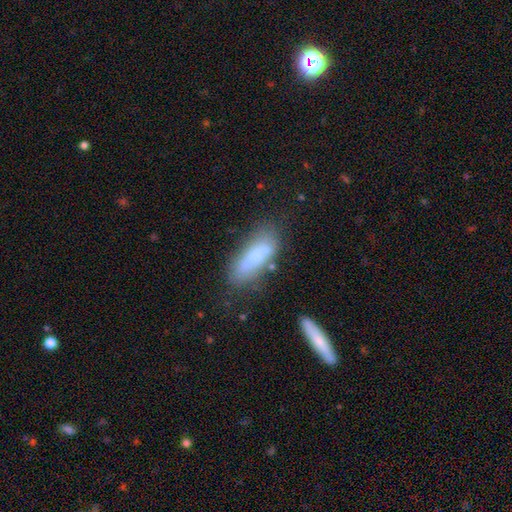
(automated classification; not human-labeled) smooth-or-featured: smooth: 73% | featured or disk: 19% | star or artifact: 8%
  how-rounded: in between: 52% | cigar-shaped: 46% | round: 2%
  merging: none: 59% | minor disturbance: 24% | major disturbance: 10% | merger: 8%